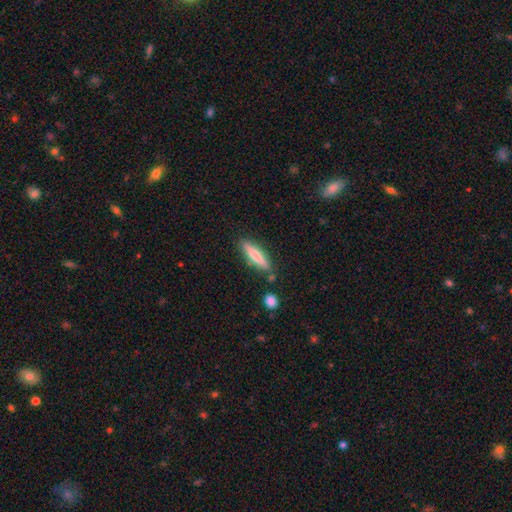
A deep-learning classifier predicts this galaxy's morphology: smooth_or_featured: smooth (p=0.68) [alt: featured or disk p=0.25]
how_rounded: cigar-shaped (p=0.81) [alt: in between p=0.18]
merging: none (p=0.80) [alt: minor disturbance p=0.11]